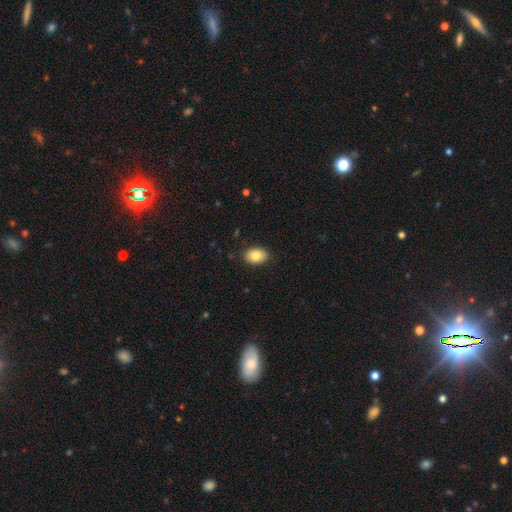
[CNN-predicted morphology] Smooth or featured? smooth (84%)
How rounded? in between (84%)
Merging? none (88%)